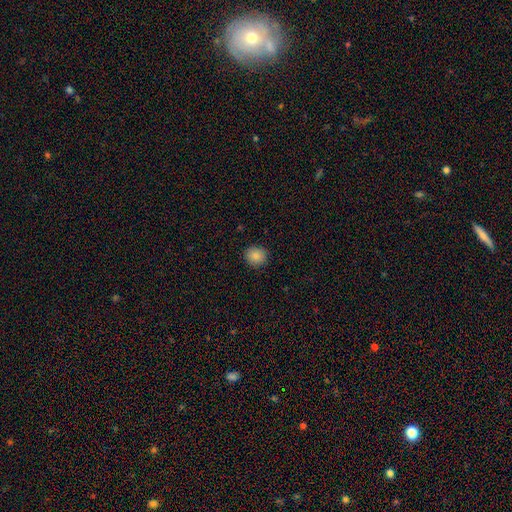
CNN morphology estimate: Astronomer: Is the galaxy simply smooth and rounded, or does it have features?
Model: smooth — 86%.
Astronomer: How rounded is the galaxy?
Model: round — 85%.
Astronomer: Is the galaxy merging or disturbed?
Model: none — 91%.